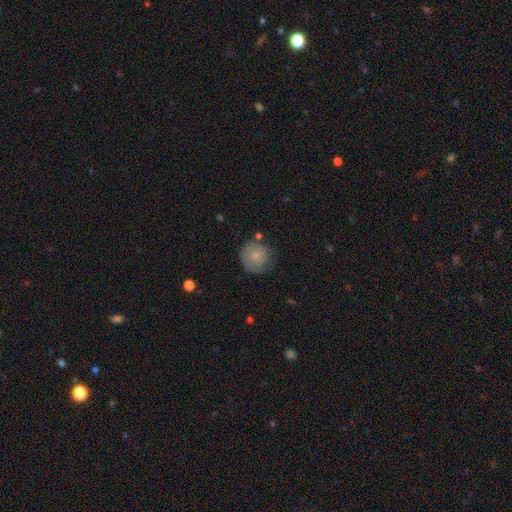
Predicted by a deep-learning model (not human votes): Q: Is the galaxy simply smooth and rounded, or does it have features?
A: smooth — 68%.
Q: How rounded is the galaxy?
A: round — 91%.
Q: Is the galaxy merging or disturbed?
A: none — 61%.